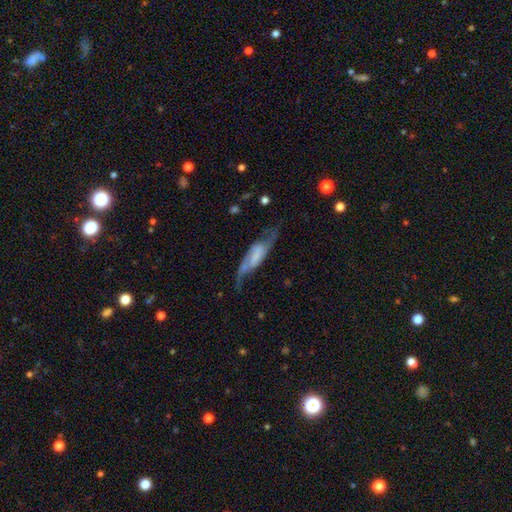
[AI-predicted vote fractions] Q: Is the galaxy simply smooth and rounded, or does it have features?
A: featured or disk — 78%.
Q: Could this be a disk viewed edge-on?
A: no — 84%.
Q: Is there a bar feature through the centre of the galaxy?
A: weak — 36%.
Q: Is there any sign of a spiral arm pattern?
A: yes — 92%.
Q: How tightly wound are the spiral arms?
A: loose — 64%.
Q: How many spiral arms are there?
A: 2 — 90%.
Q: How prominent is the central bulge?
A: none — 51%.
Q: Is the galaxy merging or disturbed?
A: none — 58%.